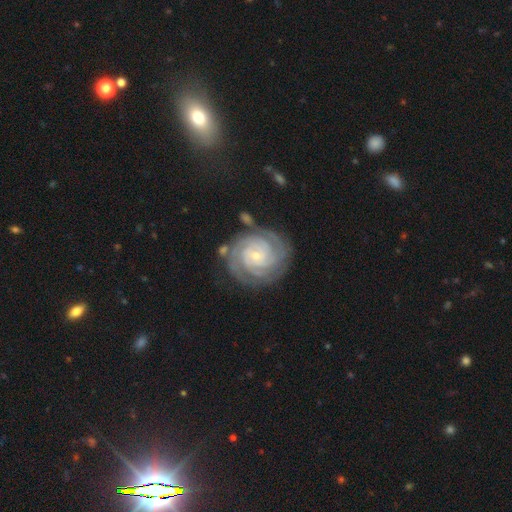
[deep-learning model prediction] featured or disk 89%, smooth 6%, star or artifact 5%. Down the decision tree: edge-on disk — no (98%); bar — no (69%); spiral arms — yes (98%); spiral arm count — 3 (29%); spiral winding — tight (83%); bulge size — small (80%); merging — none (76%).